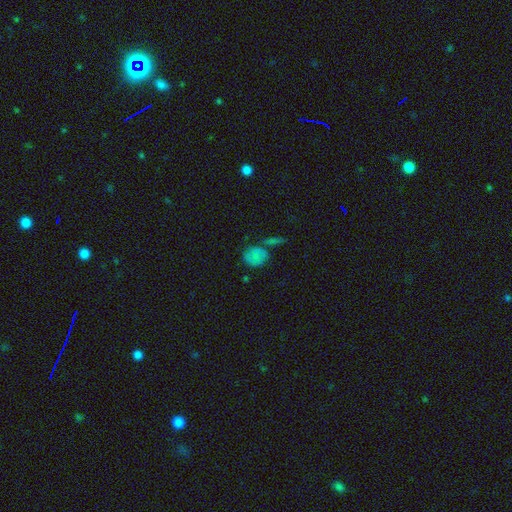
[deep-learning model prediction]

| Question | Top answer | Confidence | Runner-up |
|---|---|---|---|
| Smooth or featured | smooth | 72% | star or artifact (17%) |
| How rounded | round | 67% | in between (31%) |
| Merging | none | 57% | minor disturbance (18%) |